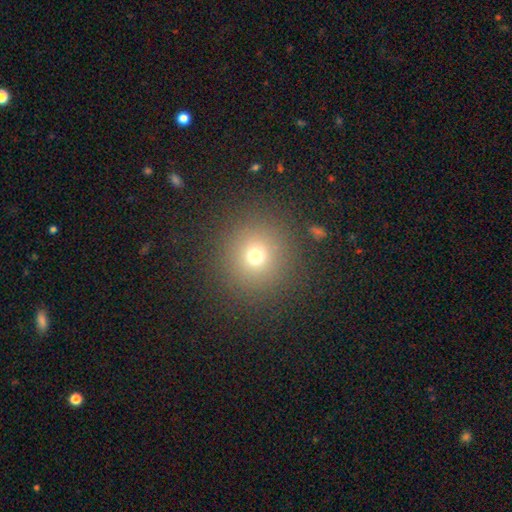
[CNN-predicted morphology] smooth 70%, star or artifact 20%, featured or disk 10%. Down the decision tree: how rounded — round (93%); merging — none (88%).